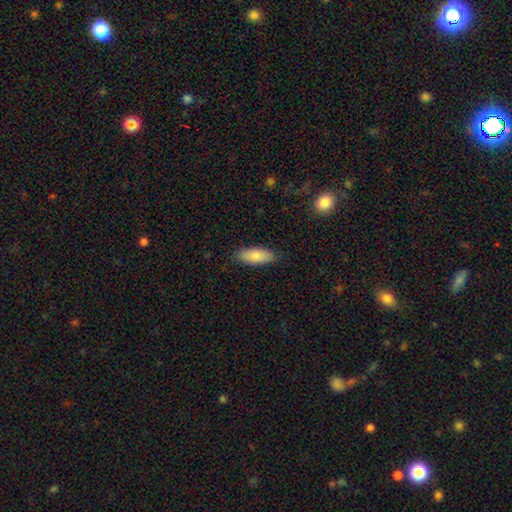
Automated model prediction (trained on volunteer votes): Overall: smooth (85%). How rounded: in between (78%). Merging: none (86%).